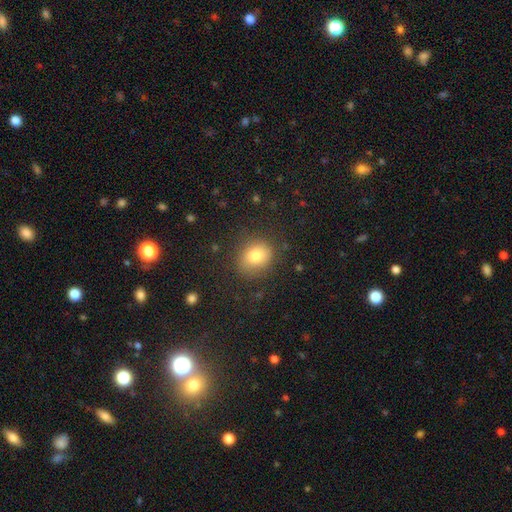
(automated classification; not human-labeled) smooth_or_featured: smooth (p=0.80) [alt: star or artifact p=0.11]
how_rounded: round (p=0.62) [alt: in between p=0.37]
merging: none (p=0.82) [alt: minor disturbance p=0.12]